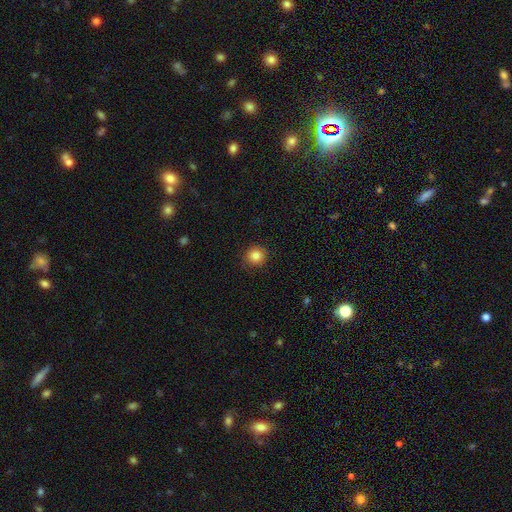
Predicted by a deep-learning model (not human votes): Overall: smooth (85%). How rounded: round (93%). Merging: none (91%).